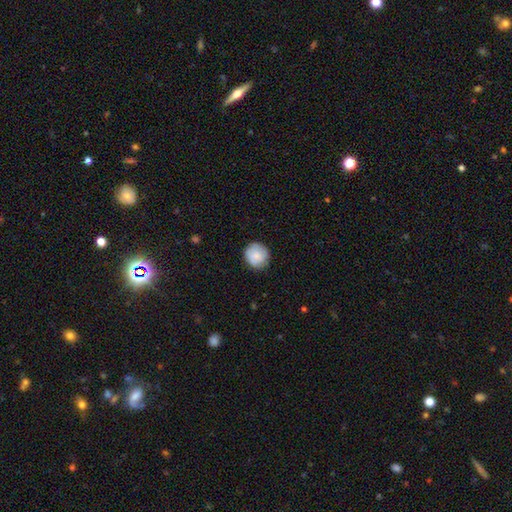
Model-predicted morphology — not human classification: This is likely a smooth galaxy (78%). How rounded: clearly round (89%). Merging: clearly none (82%).